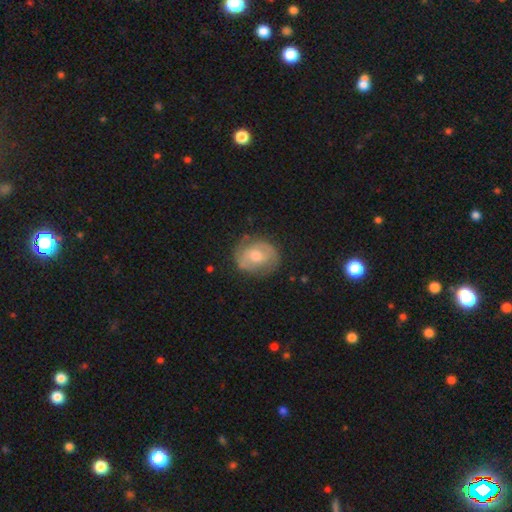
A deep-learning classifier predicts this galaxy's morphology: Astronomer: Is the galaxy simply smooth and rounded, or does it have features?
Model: featured or disk — 54% (runner-up: smooth, 40%).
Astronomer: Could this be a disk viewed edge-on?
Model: no — 96%.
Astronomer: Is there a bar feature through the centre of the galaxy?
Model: no — 61%.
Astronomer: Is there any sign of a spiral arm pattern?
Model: yes — 62% (runner-up: no, 38%).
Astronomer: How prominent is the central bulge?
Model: moderate — 70%.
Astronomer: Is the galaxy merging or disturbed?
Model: none — 71%.